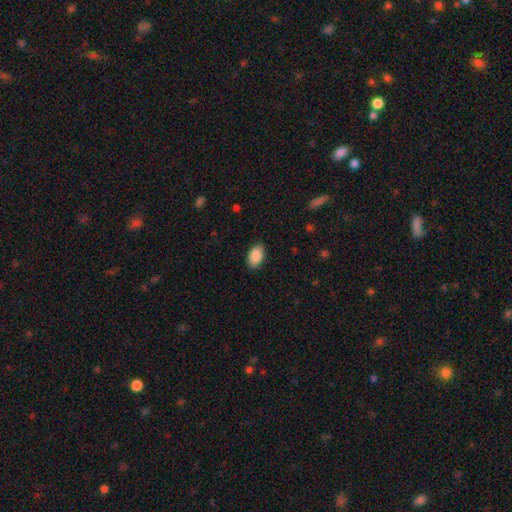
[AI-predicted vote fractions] This appears to be a smooth galaxy with no disk features (89%) that is in between round and cigar-shaped (94%). Merging: none (87%).